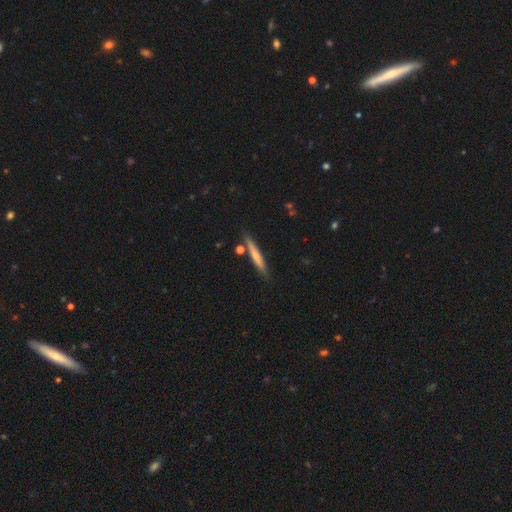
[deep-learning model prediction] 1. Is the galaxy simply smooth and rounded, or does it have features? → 63% smooth, 31% featured or disk, 6% star or artifact.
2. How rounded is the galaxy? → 94% cigar-shaped, 5% in between, 2% round.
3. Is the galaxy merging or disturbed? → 80% none, 13% minor disturbance, 5% merger, 3% major disturbance.